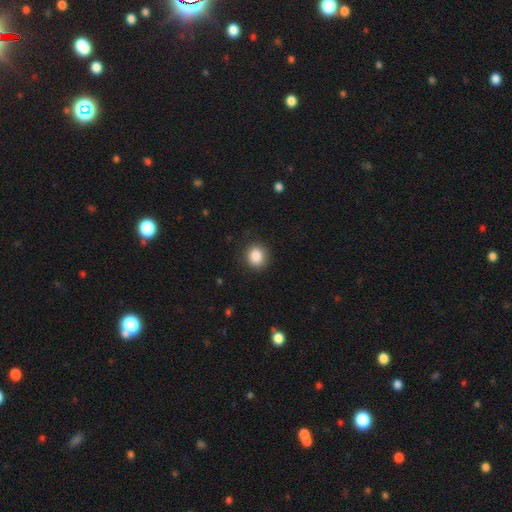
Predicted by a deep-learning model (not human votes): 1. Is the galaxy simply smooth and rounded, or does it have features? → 87% smooth, 9% star or artifact, 4% featured or disk.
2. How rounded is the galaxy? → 77% round, 22% in between, 1% cigar-shaped.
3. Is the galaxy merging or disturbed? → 86% none, 10% minor disturbance, 3% major disturbance, 1% merger.